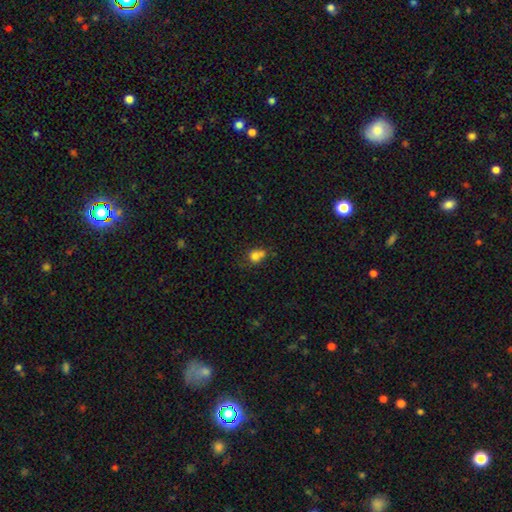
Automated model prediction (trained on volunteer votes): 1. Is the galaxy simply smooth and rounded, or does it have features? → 76% smooth, 13% star or artifact, 11% featured or disk.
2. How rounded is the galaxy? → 51% round, 48% in between, 2% cigar-shaped.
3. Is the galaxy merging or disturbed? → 36% none, 34% merger, 19% minor disturbance, 11% major disturbance.